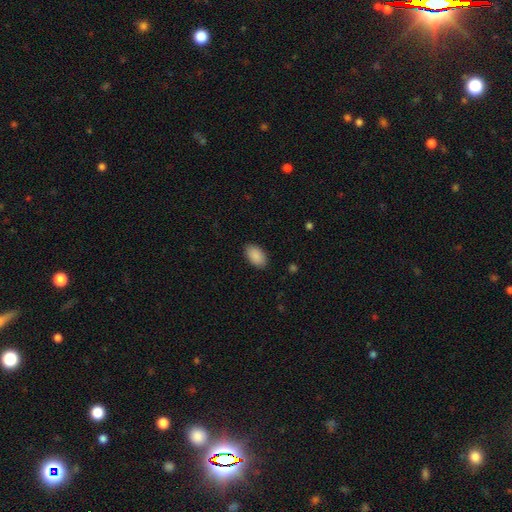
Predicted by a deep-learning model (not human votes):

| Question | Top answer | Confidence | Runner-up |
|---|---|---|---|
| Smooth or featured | smooth | 90% | star or artifact (6%) |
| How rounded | in between | 94% | round (5%) |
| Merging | none | 88% | minor disturbance (9%) |